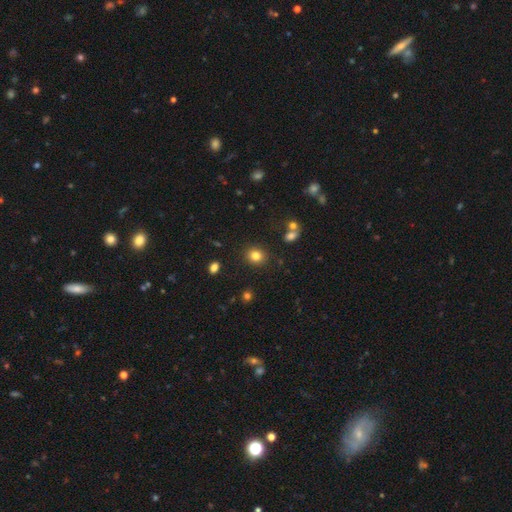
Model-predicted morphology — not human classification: This appears to be a smooth galaxy with no disk features (82%) that is round (74%). Merging: none (88%).